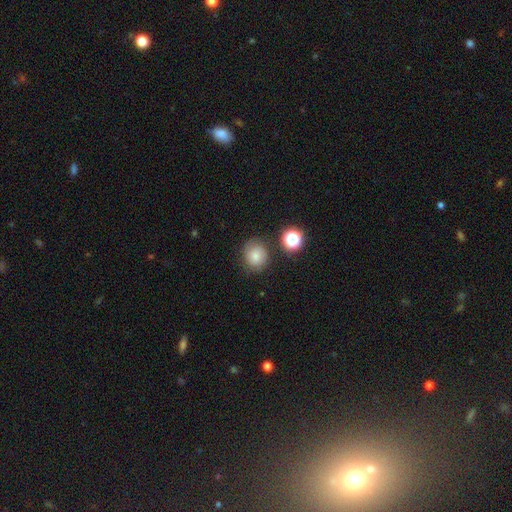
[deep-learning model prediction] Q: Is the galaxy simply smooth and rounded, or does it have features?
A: smooth — 69%.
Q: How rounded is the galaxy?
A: round — 81%.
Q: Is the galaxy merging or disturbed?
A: none — 71%.